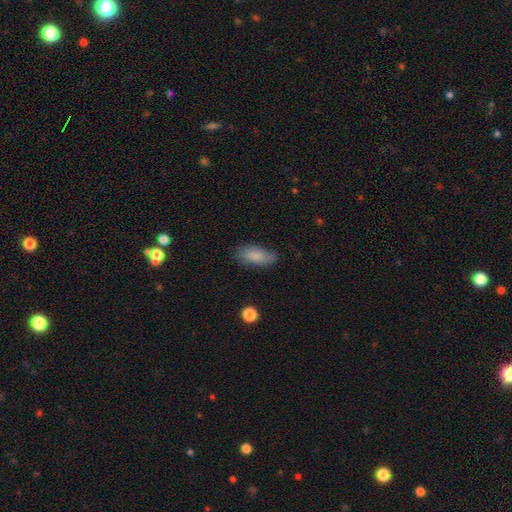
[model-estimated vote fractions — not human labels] Smooth or featured?
  - smooth: 77% *
  - featured or disk: 16%
  - star or artifact: 7%
How rounded?
  - in between: 85% *
  - cigar-shaped: 13%
  - round: 3%
Merging?
  - none: 70% *
  - minor disturbance: 23%
  - major disturbance: 5%
  - merger: 2%